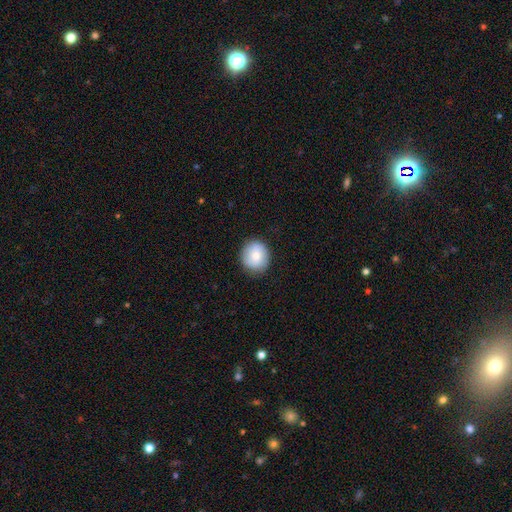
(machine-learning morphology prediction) Smooth or featured?
  - smooth: 75% *
  - featured or disk: 18%
  - star or artifact: 7%
How rounded?
  - round: 82% *
  - in between: 17%
  - cigar-shaped: 1%
Merging?
  - none: 86% *
  - minor disturbance: 10%
  - major disturbance: 3%
  - merger: 1%